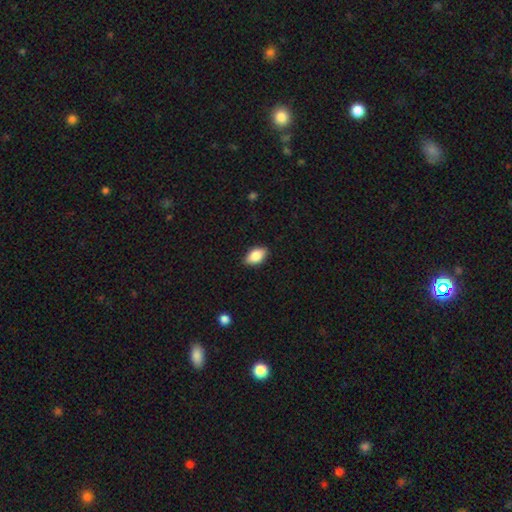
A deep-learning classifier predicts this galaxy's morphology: Smooth or featured? Predicted: smooth (p=0.84). How rounded? Predicted: in between (p=0.91). Merging? Predicted: none (p=0.87).